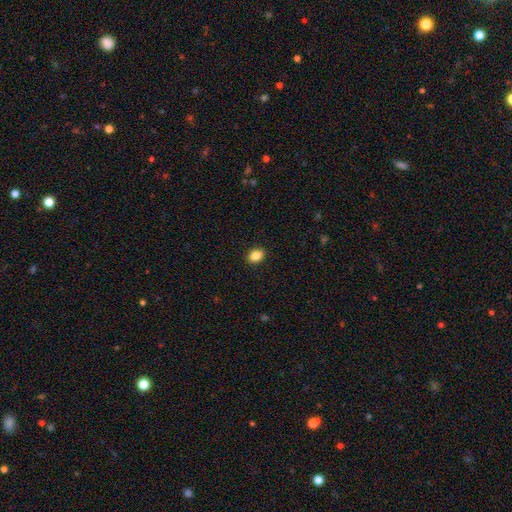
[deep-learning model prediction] Q: Smooth or featured?
A: smooth (85%); runner-up: star or artifact (9%)
Q: How rounded?
A: in between (69%); runner-up: round (30%)
Q: Merging?
A: none (91%); runner-up: minor disturbance (7%)